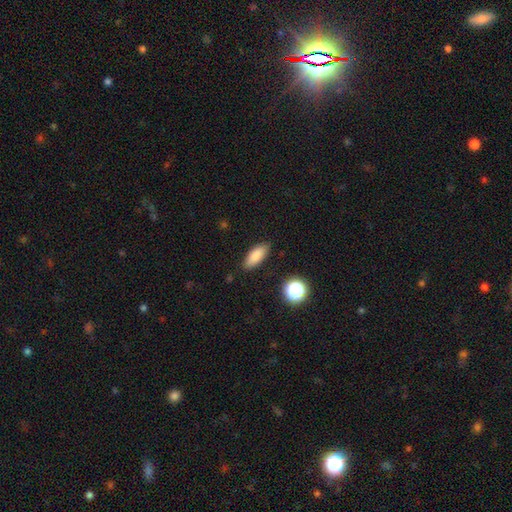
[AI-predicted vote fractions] Smooth or featured? Predicted: smooth (p=0.84). How rounded? Predicted: in between (p=0.76). Merging? Predicted: none (p=0.85).